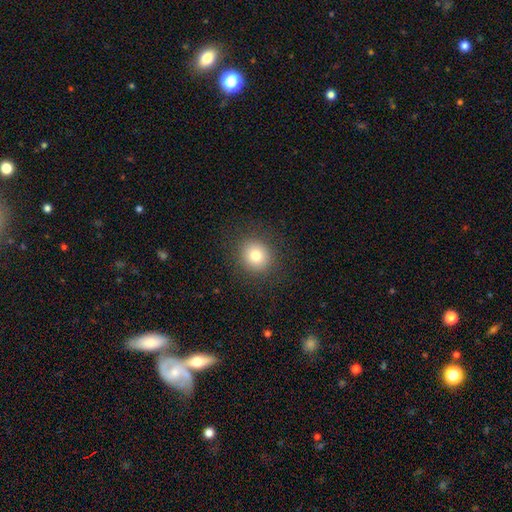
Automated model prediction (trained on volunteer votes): Smooth or featured?
  - smooth: 79% *
  - star or artifact: 12%
  - featured or disk: 9%
How rounded?
  - round: 86% *
  - in between: 14%
  - cigar-shaped: 1%
Merging?
  - none: 89% *
  - minor disturbance: 7%
  - major disturbance: 3%
  - merger: 1%